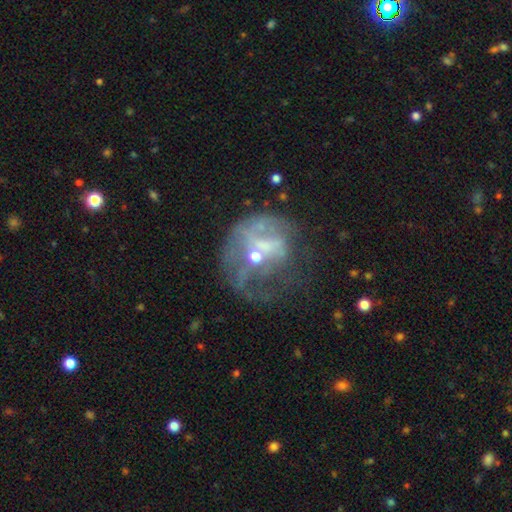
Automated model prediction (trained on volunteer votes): A featured or disk galaxy (62%) with no bar (68%), no spiral arms (66%) and a moderate central bulge (51%).

Vote fractions:
- Smooth or featured? featured or disk: 62% / smooth: 23% / star or artifact: 16%
- Edge-on disk? no: 96% / yes: 4%
- Bar? no: 68% / weak: 21% / strong: 10%
- Spiral arms? no: 66% / yes: 34%
- Bulge size? moderate: 51% / small: 30% / none: 10% / large: 6% / dominant: 2%
- Merging? major disturbance: 41% / none: 34% / minor disturbance: 16% / merger: 9%